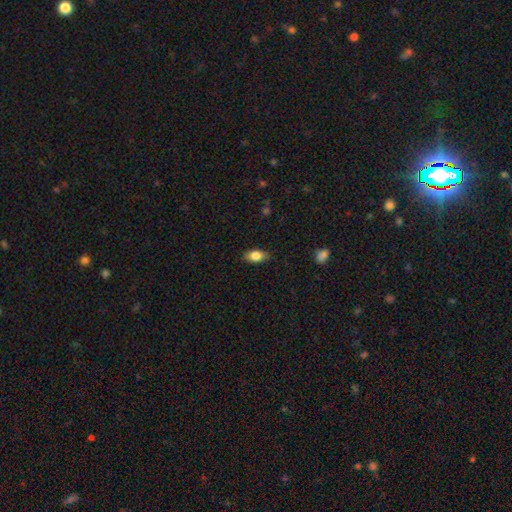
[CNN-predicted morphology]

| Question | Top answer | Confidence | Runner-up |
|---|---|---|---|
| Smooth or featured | smooth | 81% | featured or disk (12%) |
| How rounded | in between | 87% | round (7%) |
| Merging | none | 82% | minor disturbance (14%) |